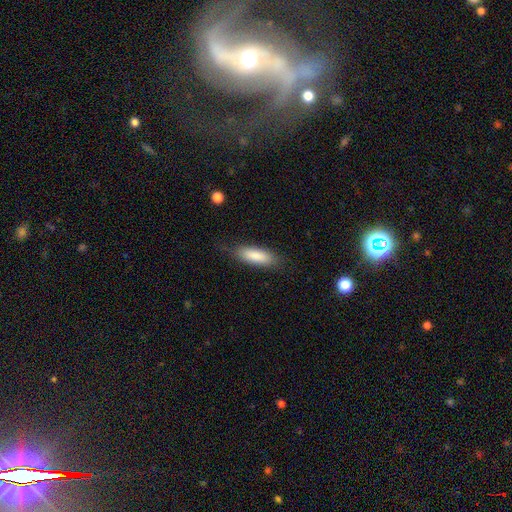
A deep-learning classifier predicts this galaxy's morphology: Smooth or featured?
  - smooth: 84% *
  - featured or disk: 10%
  - star or artifact: 6%
How rounded?
  - in between: 60% *
  - cigar-shaped: 38%
  - round: 2%
Merging?
  - none: 76% *
  - minor disturbance: 17%
  - major disturbance: 5%
  - merger: 1%